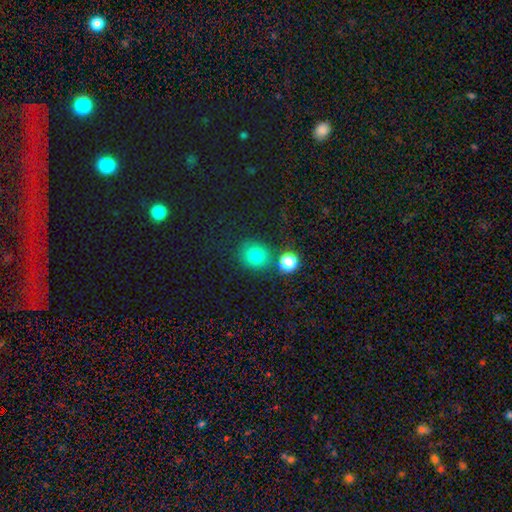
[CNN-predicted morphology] A smooth galaxy with no disk features (80%) that is round (85%). Merging: none (75%).